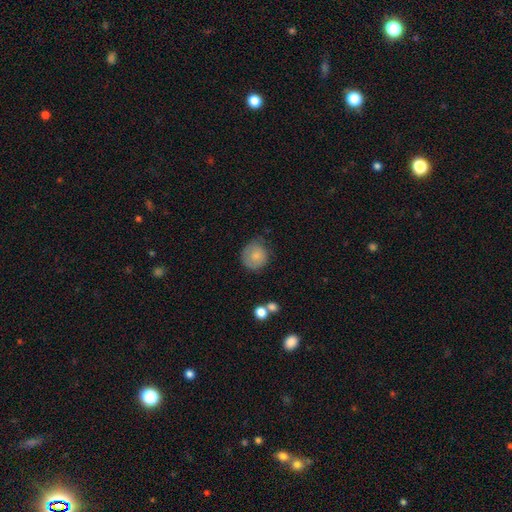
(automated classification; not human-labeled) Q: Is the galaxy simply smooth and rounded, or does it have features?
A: smooth — 80%.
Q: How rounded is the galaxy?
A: round — 86%.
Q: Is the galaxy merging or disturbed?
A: none — 60%.